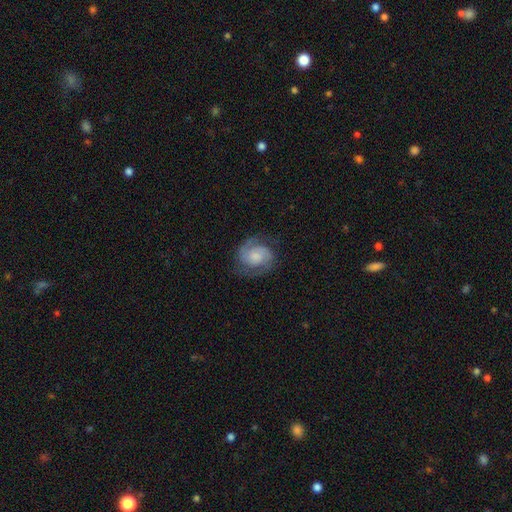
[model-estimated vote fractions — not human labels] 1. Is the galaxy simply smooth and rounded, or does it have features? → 81% featured or disk, 13% smooth, 6% star or artifact.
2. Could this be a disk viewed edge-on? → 98% no, 2% yes.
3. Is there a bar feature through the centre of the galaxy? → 66% no, 29% weak, 6% strong.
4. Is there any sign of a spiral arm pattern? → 97% yes, 3% no.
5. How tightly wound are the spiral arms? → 47% medium, 41% tight, 12% loose.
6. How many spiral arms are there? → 91% 2, 4% can't tell, 2% 3, 2% 1, 1% 4, 1% more than 4.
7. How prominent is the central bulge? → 41% small, 32% moderate, 16% none, 9% large, 2% dominant.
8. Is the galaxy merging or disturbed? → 77% none, 15% minor disturbance, 7% major disturbance, 1% merger.